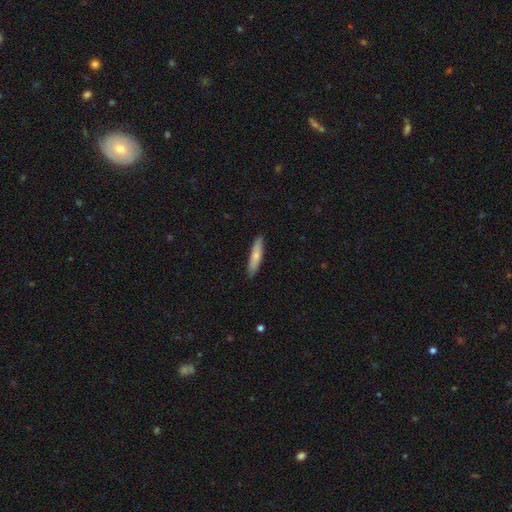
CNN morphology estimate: Smooth or featured?
  - smooth: 73% *
  - featured or disk: 22%
  - star or artifact: 5%
How rounded?
  - cigar-shaped: 85% *
  - in between: 14%
  - round: 1%
Merging?
  - none: 89% *
  - minor disturbance: 9%
  - major disturbance: 2%
  - merger: 1%